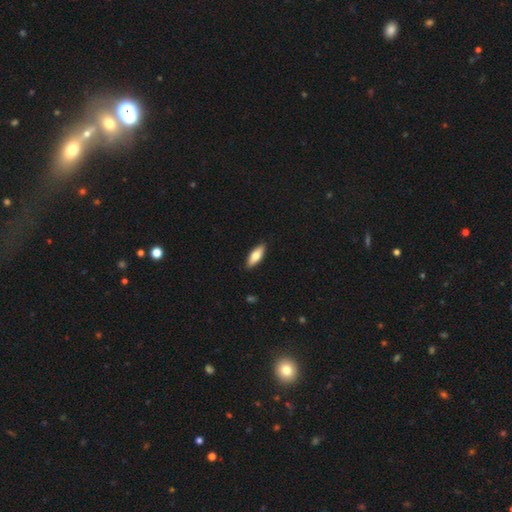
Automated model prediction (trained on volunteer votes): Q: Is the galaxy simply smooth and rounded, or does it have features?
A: smooth — 70%.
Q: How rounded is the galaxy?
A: in between — 62%.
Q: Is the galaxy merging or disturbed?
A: none — 90%.